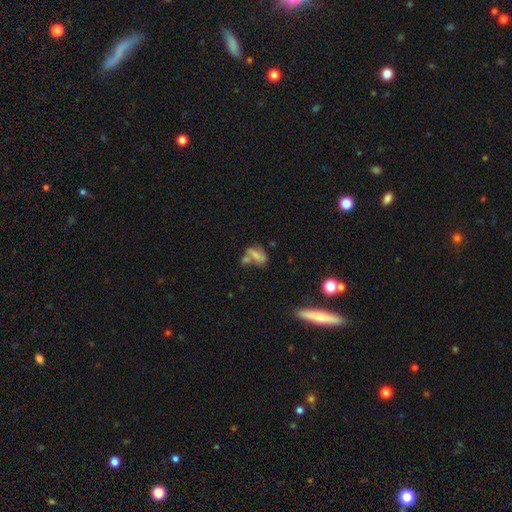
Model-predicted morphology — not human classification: type=smooth (62%); roundness=in between (83%); merging=merger (40%).